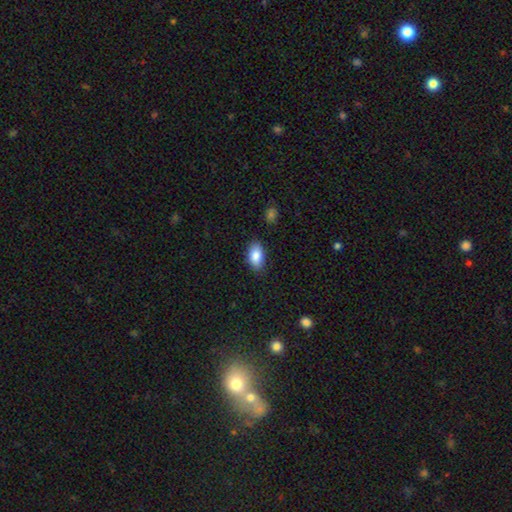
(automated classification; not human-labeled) Smooth or featured?
  - smooth: 86% *
  - star or artifact: 7%
  - featured or disk: 7%
How rounded?
  - in between: 92% *
  - round: 5%
  - cigar-shaped: 3%
Merging?
  - none: 84% *
  - minor disturbance: 12%
  - major disturbance: 3%
  - merger: 1%